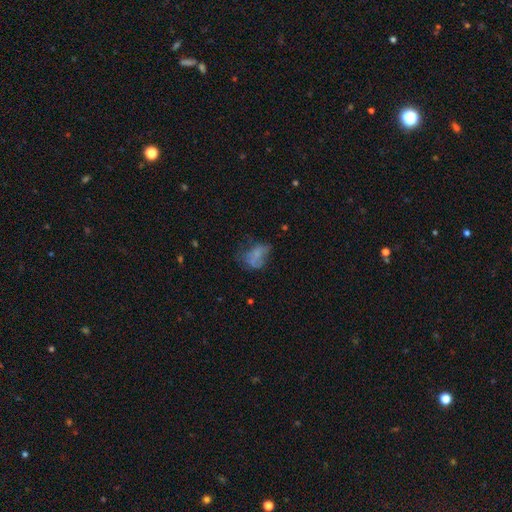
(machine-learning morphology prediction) Smooth or featured?
  - smooth: 53% *
  - featured or disk: 31%
  - star or artifact: 16%
How rounded?
  - in between: 76% *
  - round: 22%
  - cigar-shaped: 2%
Merging?
  - major disturbance: 36% *
  - none: 31%
  - minor disturbance: 26%
  - merger: 7%